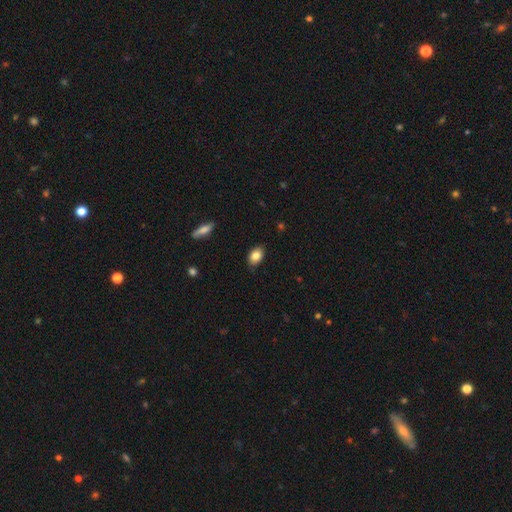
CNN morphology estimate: Smooth or featured: smooth — 84% (featured or disk — 8%)
How rounded: in between — 87% (round — 12%)
Merging: none — 85% (minor disturbance — 12%)